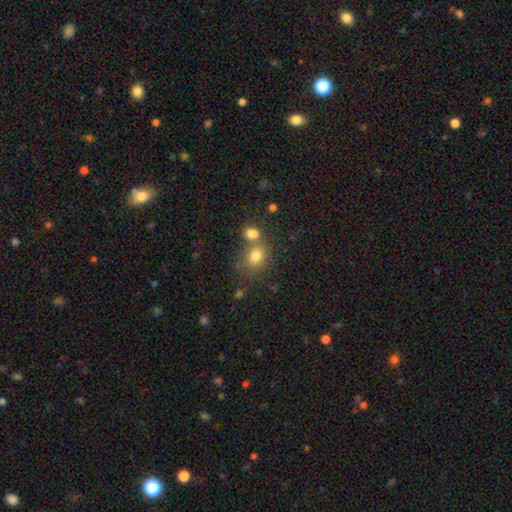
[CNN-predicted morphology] Q: Smooth or featured?
A: smooth (79%); runner-up: star or artifact (13%)
Q: How rounded?
A: round (58%); runner-up: in between (41%)
Q: Merging?
A: none (53%); runner-up: merger (31%)